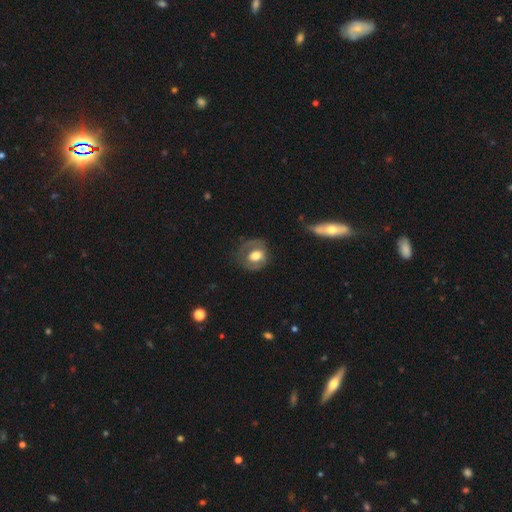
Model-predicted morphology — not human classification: This appears to be a smooth galaxy with no disk features (52%) that is round (65%). Merging: none (64%).